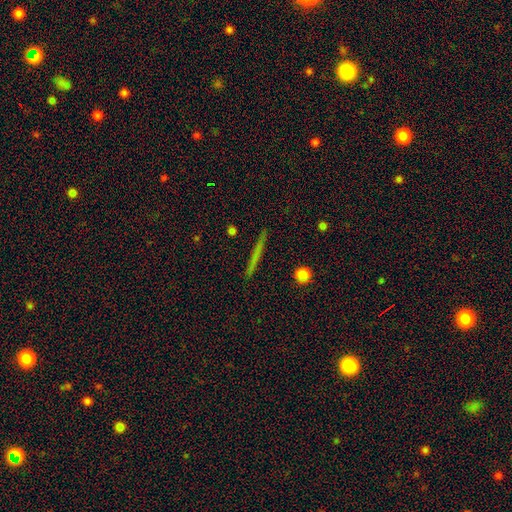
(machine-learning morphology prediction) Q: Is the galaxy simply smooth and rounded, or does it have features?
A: smooth — 53%.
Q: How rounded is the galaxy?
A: cigar-shaped — 95%.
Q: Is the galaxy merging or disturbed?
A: none — 91%.